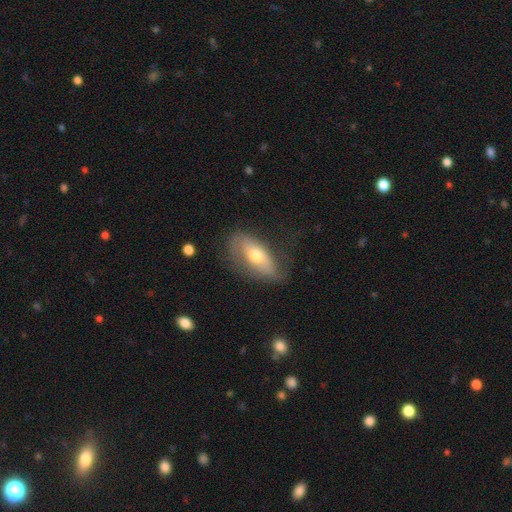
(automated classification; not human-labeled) A smooth galaxy with no disk features (51%) that is in between round and cigar-shaped (83%). Merging: none (57%).